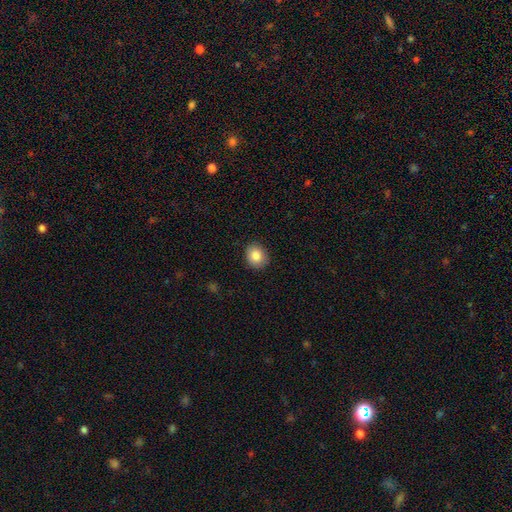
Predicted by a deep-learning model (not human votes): Morphology: type=smooth (85%); roundness=round (66%); merging=none (89%).